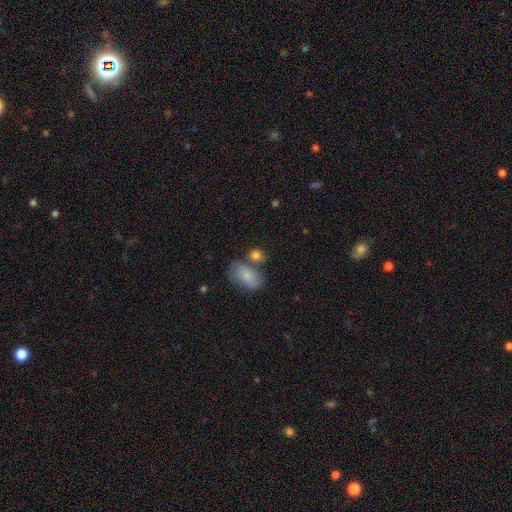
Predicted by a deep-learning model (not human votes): A smooth galaxy with no disk features (80%) that is round (58%).

Vote fractions:
- Smooth or featured? smooth: 80% / featured or disk: 11% / star or artifact: 9%
- How rounded? round: 58% / in between: 40% / cigar-shaped: 2%
- Merging? none: 53% / merger: 28% / minor disturbance: 14% / major disturbance: 5%